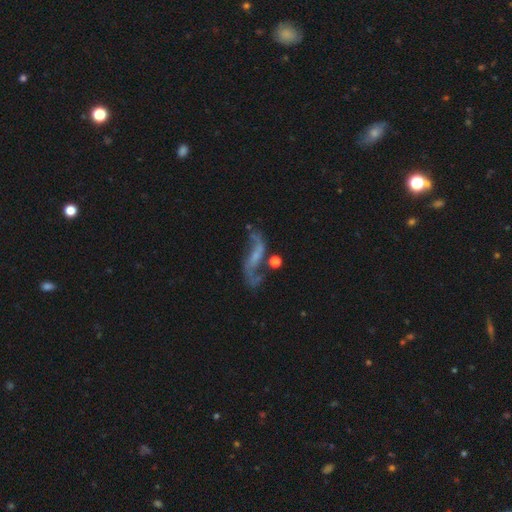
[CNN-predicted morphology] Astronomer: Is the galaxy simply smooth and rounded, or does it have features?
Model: featured or disk — 83%.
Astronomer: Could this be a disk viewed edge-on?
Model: no — 92%.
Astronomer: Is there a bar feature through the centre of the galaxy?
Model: weak — 42% (runner-up: no, 35%).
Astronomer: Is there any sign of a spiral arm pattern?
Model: yes — 91%.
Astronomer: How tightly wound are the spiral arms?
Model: loose — 87%.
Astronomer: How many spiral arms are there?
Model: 2 — 90%.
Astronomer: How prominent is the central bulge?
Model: small — 52% (runner-up: none, 31%).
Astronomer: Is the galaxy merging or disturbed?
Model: none — 53%.